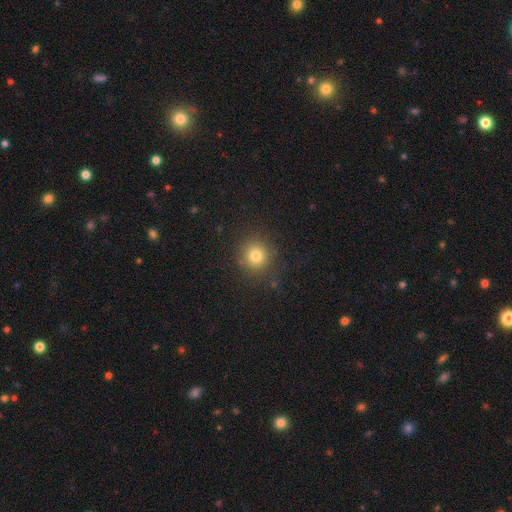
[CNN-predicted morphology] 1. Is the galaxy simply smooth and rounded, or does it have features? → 79% smooth, 14% star or artifact, 7% featured or disk.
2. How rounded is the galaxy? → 92% round, 7% in between, 1% cigar-shaped.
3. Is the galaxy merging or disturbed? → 87% none, 8% minor disturbance, 3% major disturbance, 1% merger.